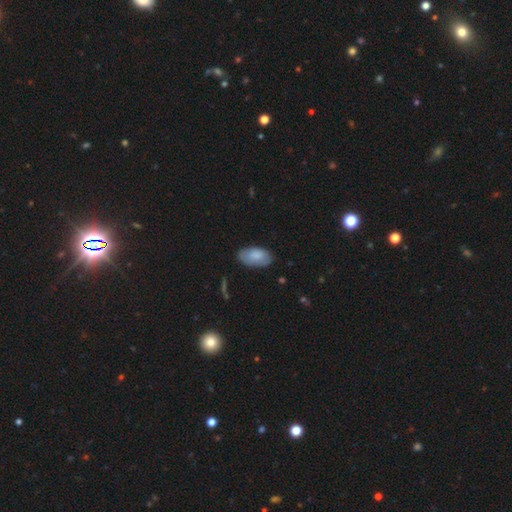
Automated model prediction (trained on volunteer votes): Smooth or featured? Predicted: smooth (p=0.81). How rounded? Predicted: in between (p=0.95). Merging? Predicted: none (p=0.76).